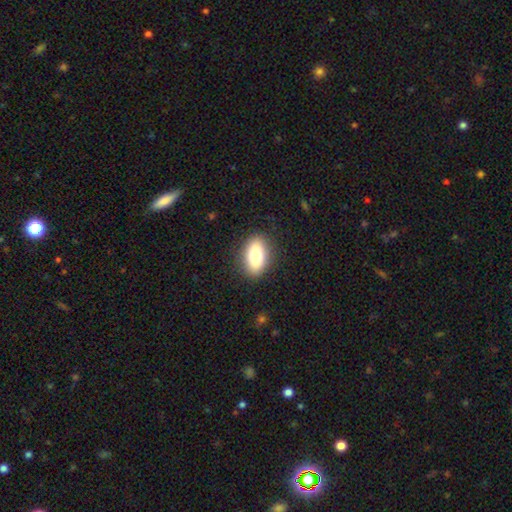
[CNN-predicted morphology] Overall: smooth (78%). How rounded: in between (88%). Merging: none (88%).